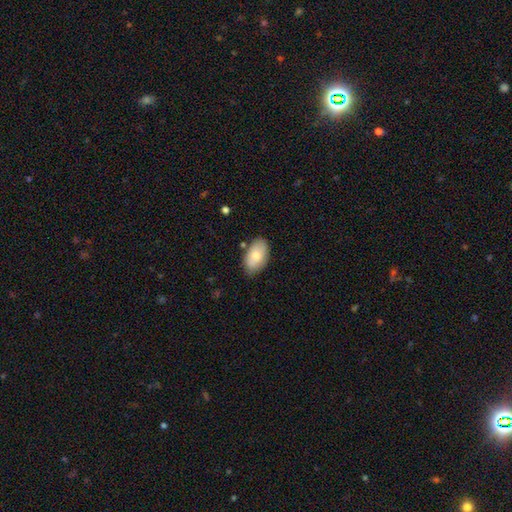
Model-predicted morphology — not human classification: Smooth or featured: smooth — 76% (featured or disk — 18%)
How rounded: in between — 94% (round — 5%)
Merging: none — 76% (minor disturbance — 18%)